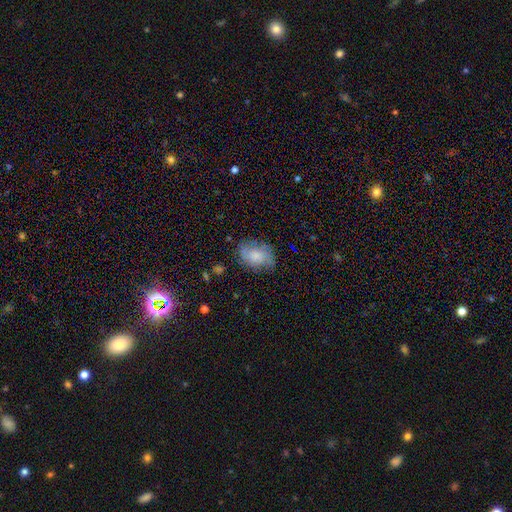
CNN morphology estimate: A smooth galaxy with no disk features (58%) that is in between round and cigar-shaped (74%). Merging: none (67%).